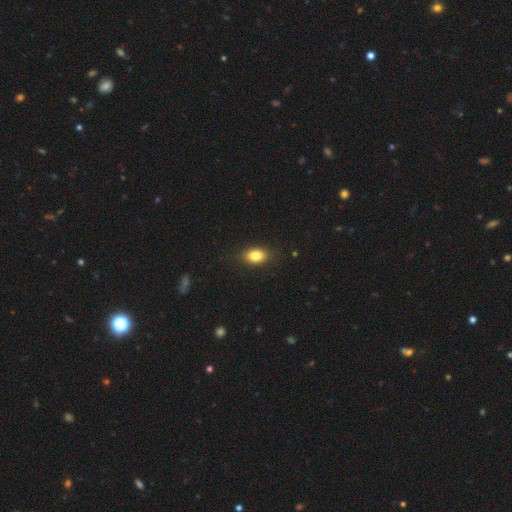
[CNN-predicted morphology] A smooth galaxy with no disk features (83%) that is in between round and cigar-shaped (84%). Merging: none (87%).